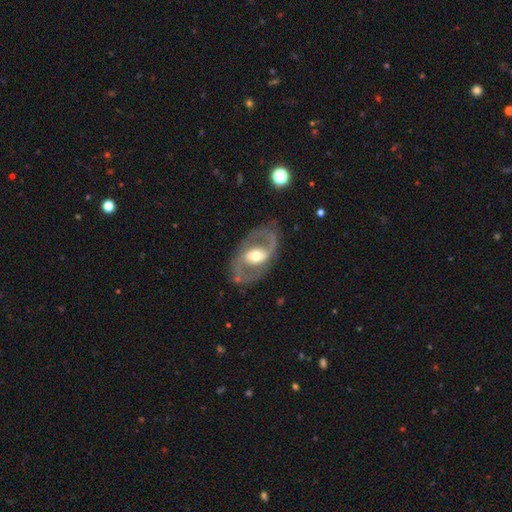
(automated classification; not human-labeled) Q: Smooth or featured?
A: featured or disk (84%); runner-up: smooth (11%)
Q: Edge-on disk?
A: no (96%); runner-up: yes (4%)
Q: Bar?
A: weak (38%); runner-up: no (37%)
Q: Spiral arms?
A: yes (83%); runner-up: no (17%)
Q: Spiral winding?
A: medium (54%); runner-up: loose (28%)
Q: Spiral arm count?
A: 2 (90%); runner-up: can't tell (4%)
Q: Bulge size?
A: moderate (67%); runner-up: large (17%)
Q: Merging?
A: none (80%); runner-up: minor disturbance (12%)